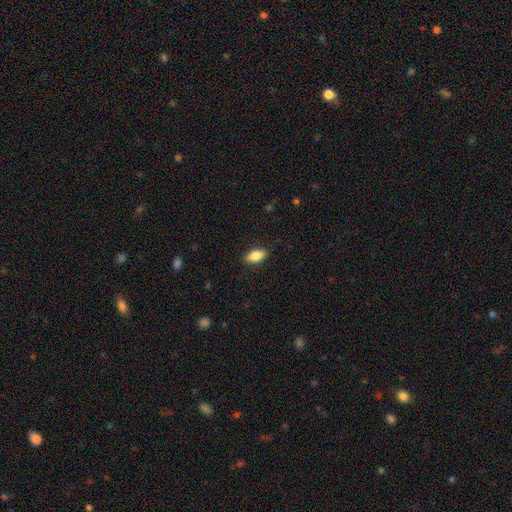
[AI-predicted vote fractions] smooth_or_featured: smooth (p=0.85) [alt: featured or disk p=0.08]
how_rounded: in between (p=0.89) [alt: cigar-shaped p=0.07]
merging: none (p=0.87) [alt: minor disturbance p=0.10]